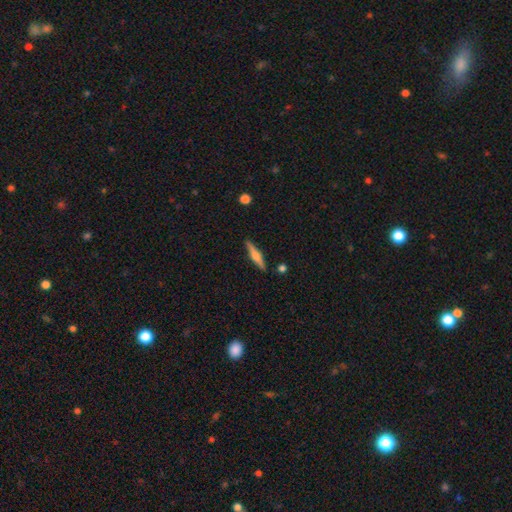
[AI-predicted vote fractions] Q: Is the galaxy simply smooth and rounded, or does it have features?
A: featured or disk — 62%.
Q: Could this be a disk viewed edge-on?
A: yes — 97%.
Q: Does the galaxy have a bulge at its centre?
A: rounded — 86%.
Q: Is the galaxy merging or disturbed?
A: none — 89%.